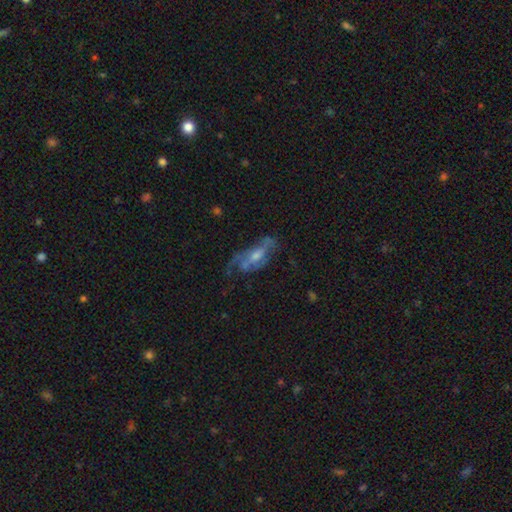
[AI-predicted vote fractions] The model was most divided on "bar": no: 50%, weak: 37%, strong: 14%. Remaining: edge-on disk — no (85%); spiral arms — yes (72%); smooth or featured — featured or disk (70%); bulge size — moderate (52%); merging — none (48%).